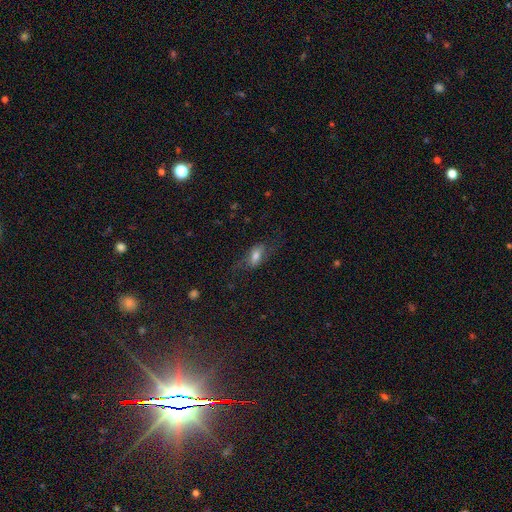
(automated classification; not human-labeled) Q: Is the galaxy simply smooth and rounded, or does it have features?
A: smooth — 58%.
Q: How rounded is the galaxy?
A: in between — 81%.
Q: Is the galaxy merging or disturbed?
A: none — 58%.